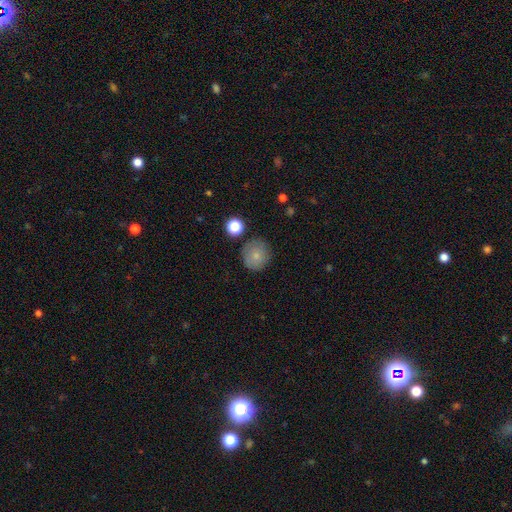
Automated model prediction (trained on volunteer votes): This appears to be a smooth galaxy with no disk features (79%) that is round (91%). Merging: none (82%).